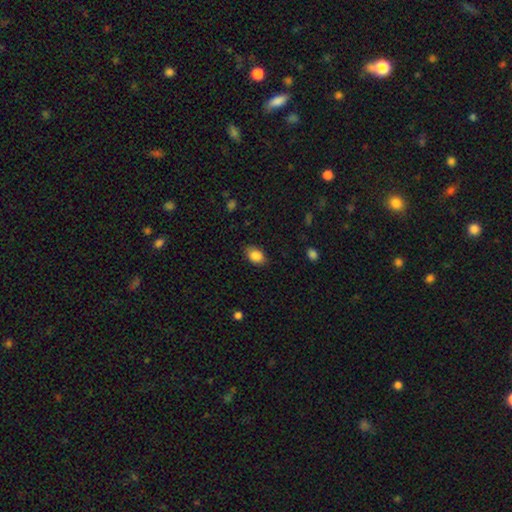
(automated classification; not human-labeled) smooth_or_featured: smooth (p=0.87) [alt: star or artifact p=0.08]
how_rounded: in between (p=0.83) [alt: round p=0.16]
merging: none (p=0.83) [alt: minor disturbance p=0.13]